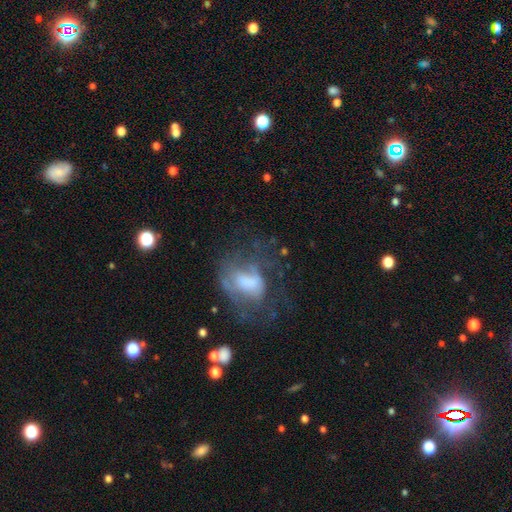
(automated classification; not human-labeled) Smooth or featured? featured or disk (47%)
Merging? none (63%)